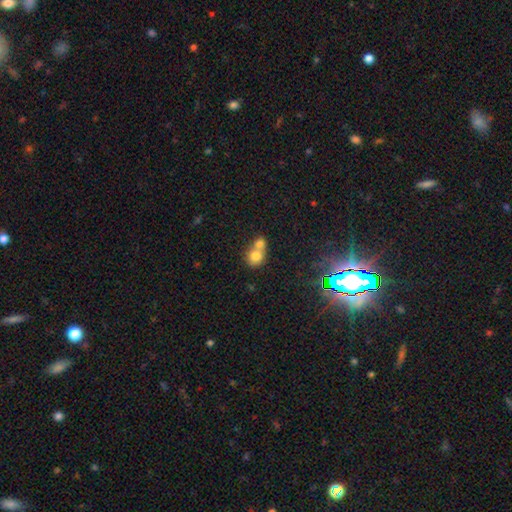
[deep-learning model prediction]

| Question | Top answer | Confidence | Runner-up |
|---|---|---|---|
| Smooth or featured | smooth | 74% | featured or disk (15%) |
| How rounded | round | 74% | in between (25%) |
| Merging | merger | 64% | none (28%) |